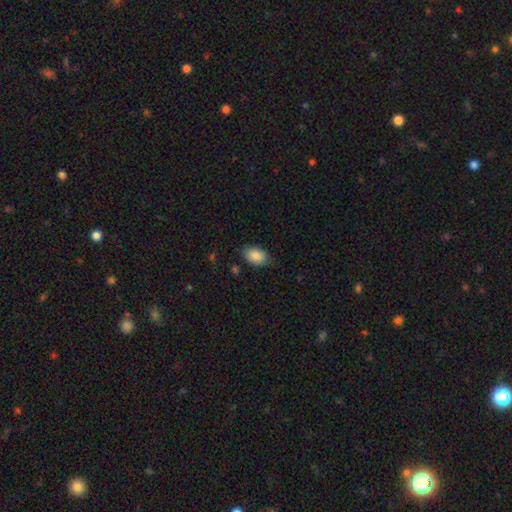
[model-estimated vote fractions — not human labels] The model was most divided on "merging": none: 77%, minor disturbance: 18%, major disturbance: 3%, merger: 1%. More confident: smooth or featured — smooth (86%); how rounded — in between (85%).